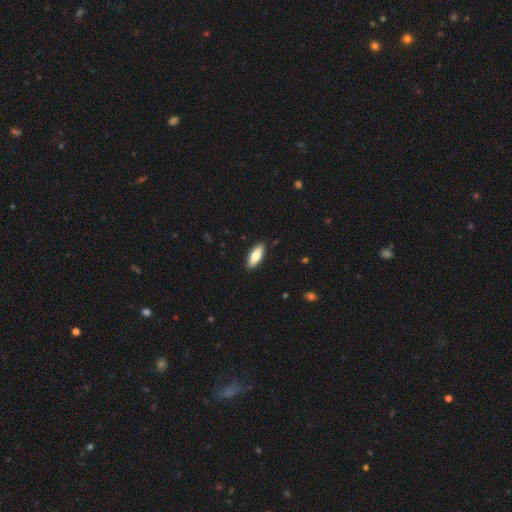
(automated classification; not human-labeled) Smooth or featured? smooth (79%)
How rounded? in between (72%)
Merging? none (89%)